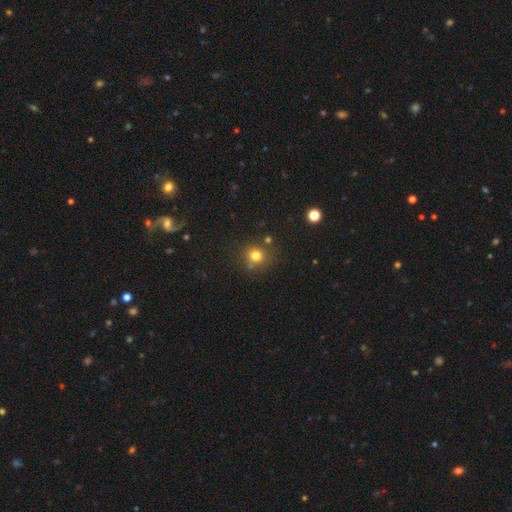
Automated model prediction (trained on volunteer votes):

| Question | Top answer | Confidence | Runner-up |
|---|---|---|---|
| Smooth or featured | smooth | 78% | star or artifact (15%) |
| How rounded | round | 89% | in between (10%) |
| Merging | none | 75% | minor disturbance (12%) |